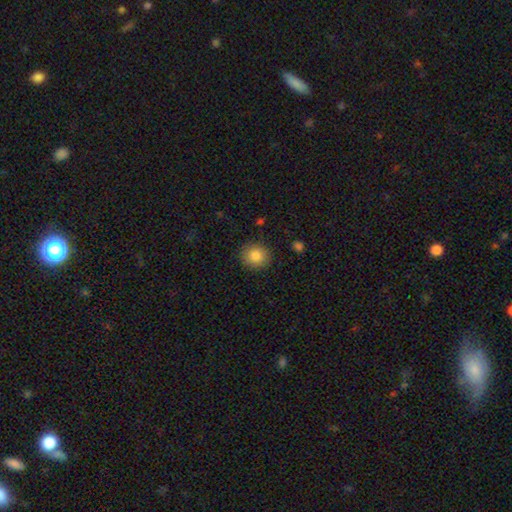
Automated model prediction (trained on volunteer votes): Smooth or featured: smooth — 84% (star or artifact — 9%)
How rounded: round — 86% (in between — 13%)
Merging: none — 89% (minor disturbance — 7%)